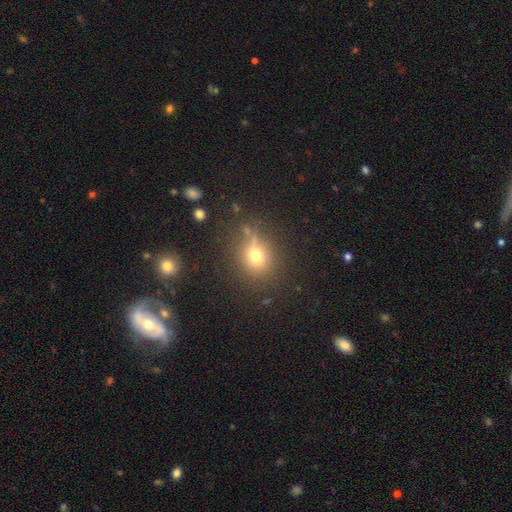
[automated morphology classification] smooth 67%, star or artifact 19%, featured or disk 13%. Down the decision tree: how rounded — round (76%); merging — none (71%).